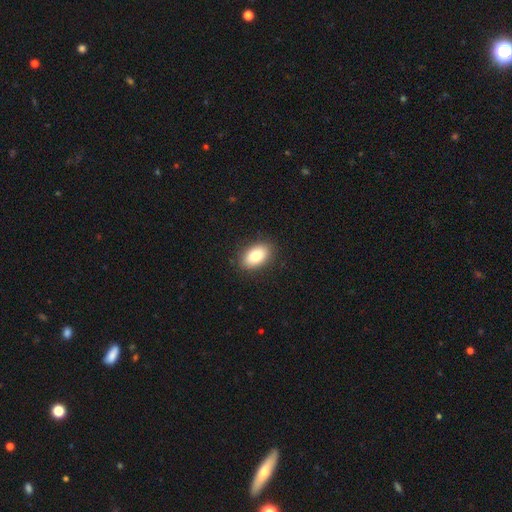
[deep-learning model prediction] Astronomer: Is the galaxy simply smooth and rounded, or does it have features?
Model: smooth — 80%.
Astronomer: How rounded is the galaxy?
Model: in between — 89%.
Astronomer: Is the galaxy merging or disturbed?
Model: none — 88%.